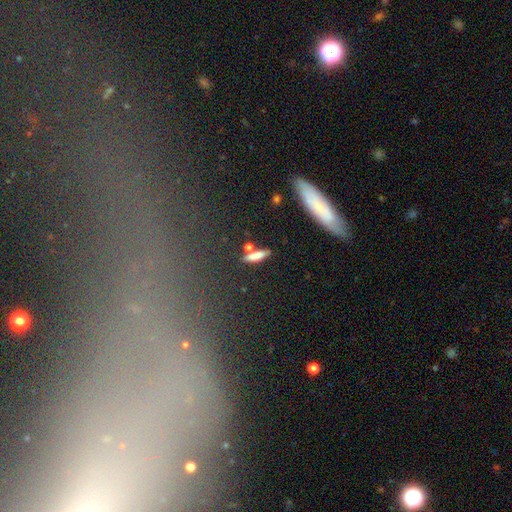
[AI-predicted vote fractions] Morphology: type=smooth (76%); roundness=cigar-shaped (72%); merging=none (74%).